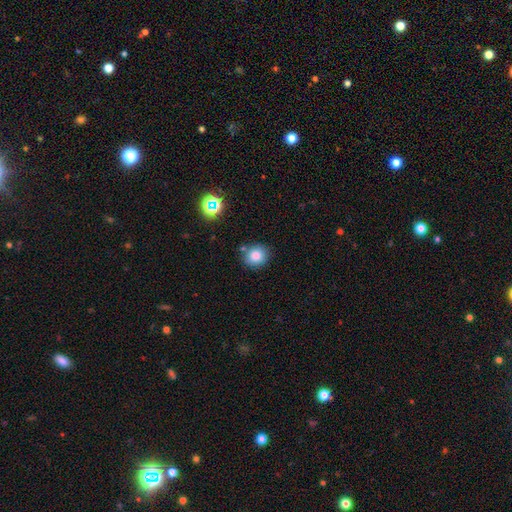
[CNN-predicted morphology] smooth_or_featured: smooth (p=0.82) [alt: star or artifact p=0.12]
how_rounded: round (p=0.80) [alt: in between p=0.19]
merging: none (p=0.80) [alt: minor disturbance p=0.12]